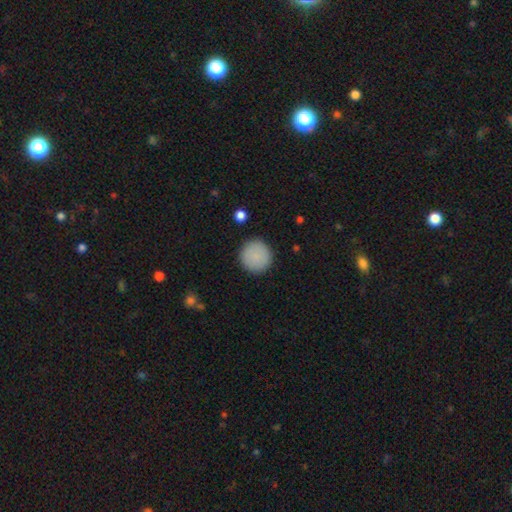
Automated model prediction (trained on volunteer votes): Smooth or featured? smooth (87%)
How rounded? round (95%)
Merging? none (91%)